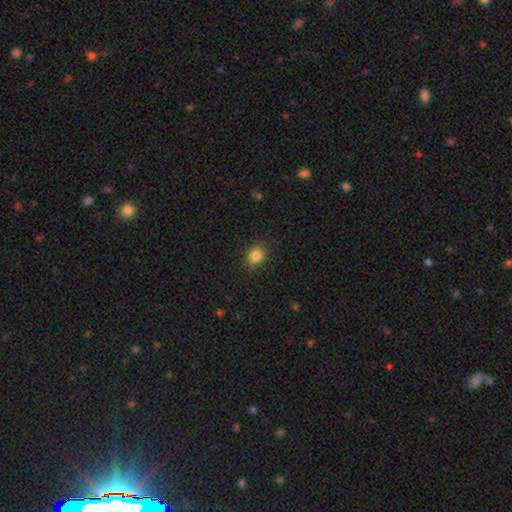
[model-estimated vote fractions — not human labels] The model was most divided on "how rounded": round: 70%, in between: 29%, cigar-shaped: 1%. More confident: merging — none (89%); smooth or featured — smooth (85%).